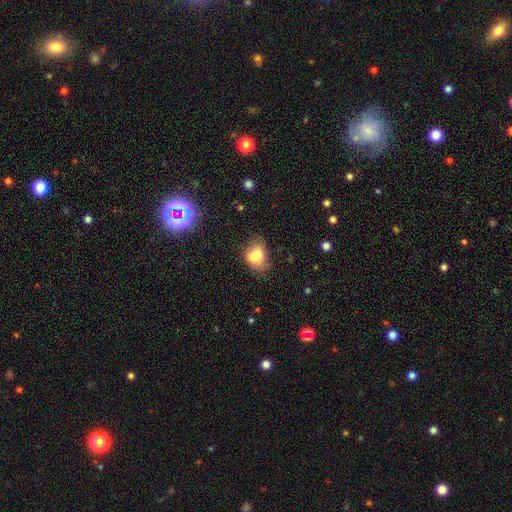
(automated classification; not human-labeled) This is likely a smooth galaxy (68%). How rounded: likely in between (62%). Merging: marginally merger (45%).